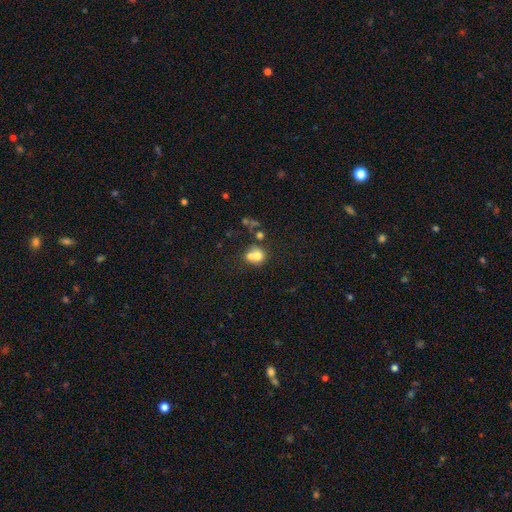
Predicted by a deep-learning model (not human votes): Q: Smooth or featured?
A: smooth (68%); runner-up: featured or disk (20%)
Q: How rounded?
A: round (75%); runner-up: in between (24%)
Q: Merging?
A: merger (57%); runner-up: none (31%)